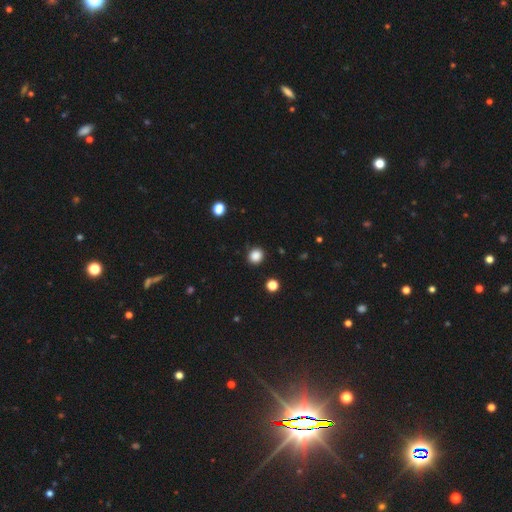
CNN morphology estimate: A smooth galaxy with no disk features (85%) that is round (87%).

Vote fractions:
- Smooth or featured? smooth: 85% / star or artifact: 12% / featured or disk: 3%
- How rounded? round: 87% / in between: 12% / cigar-shaped: 1%
- Merging? none: 89% / minor disturbance: 7% / major disturbance: 2% / merger: 1%